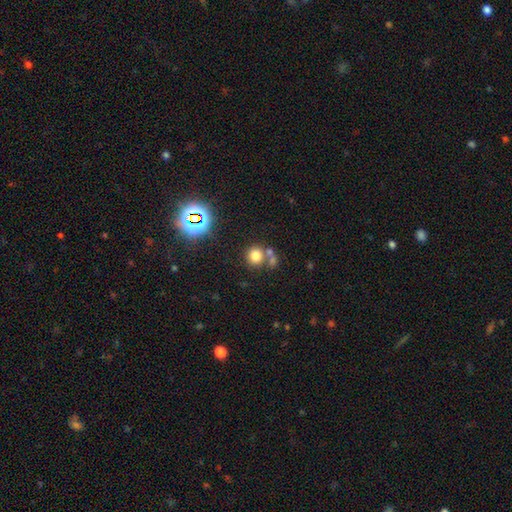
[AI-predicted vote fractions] This is likely a smooth galaxy (74%). How rounded: clearly round (85%). Merging: possibly none (58%).